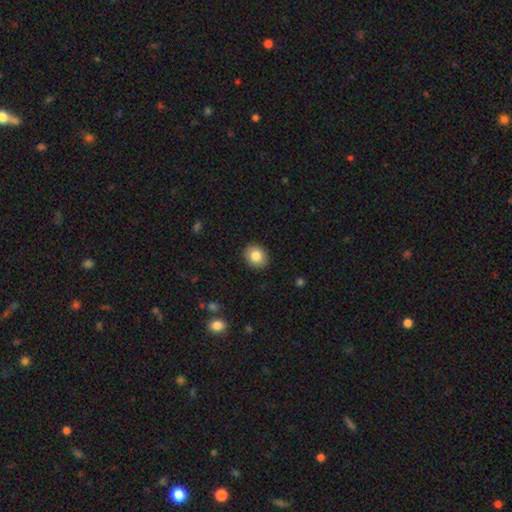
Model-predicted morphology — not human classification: Smooth or featured? Predicted: smooth (p=0.84). How rounded? Predicted: round (p=0.65). Merging? Predicted: none (p=0.90).